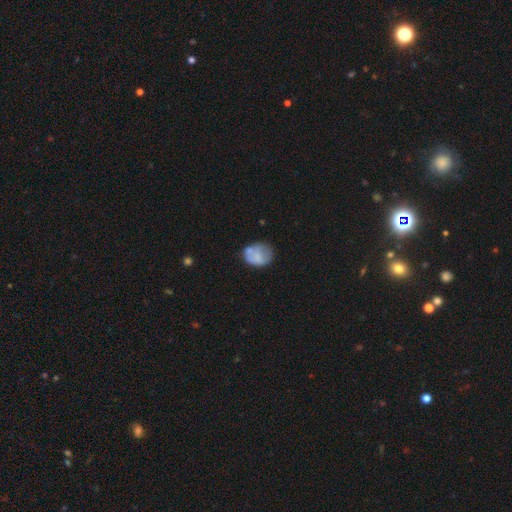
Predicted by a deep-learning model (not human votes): This is likely a smooth galaxy (62%). How rounded: possibly round (55%). Merging: possibly none (50%).